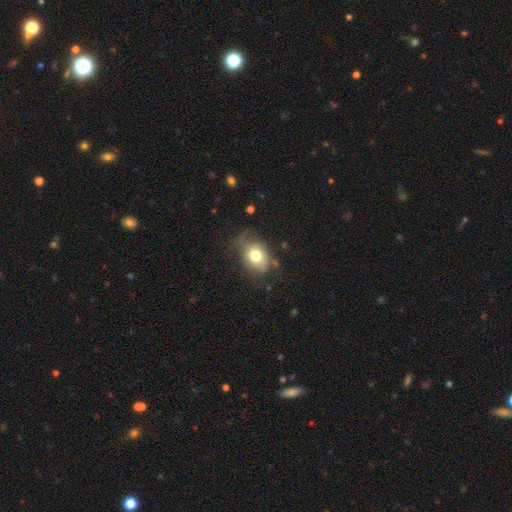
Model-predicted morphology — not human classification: type=smooth (73%); roundness=in between (60%); merging=none (55%).